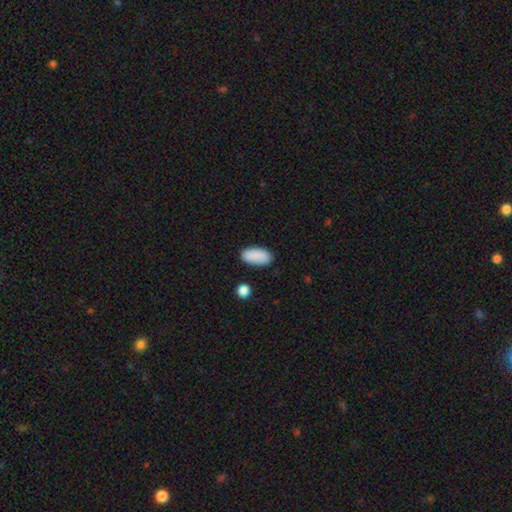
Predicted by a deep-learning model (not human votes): Smooth or featured?
  - smooth: 89% *
  - star or artifact: 7%
  - featured or disk: 4%
How rounded?
  - in between: 92% *
  - cigar-shaped: 5%
  - round: 3%
Merging?
  - none: 83% *
  - minor disturbance: 12%
  - major disturbance: 3%
  - merger: 2%